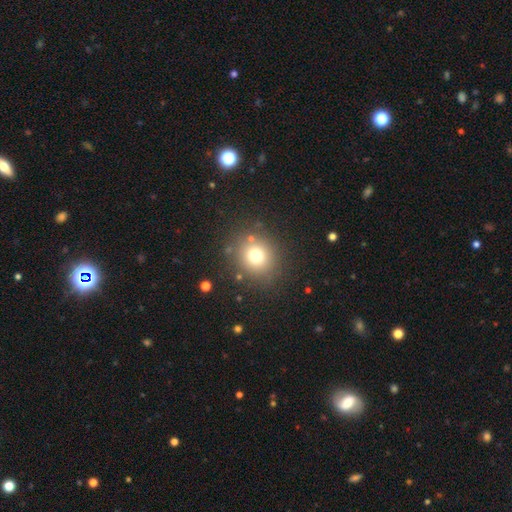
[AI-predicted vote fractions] smooth_or_featured: smooth (p=0.73) [alt: star or artifact p=0.16]
how_rounded: round (p=0.87) [alt: in between p=0.12]
merging: none (p=0.84) [alt: minor disturbance p=0.08]